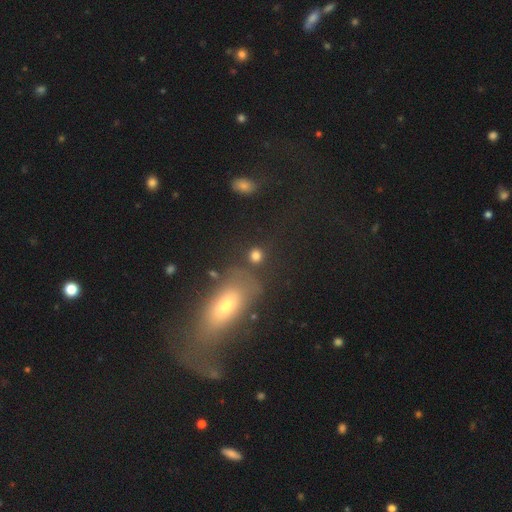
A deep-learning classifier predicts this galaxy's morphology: This appears to be a smooth galaxy with no disk features (78%) that is round (83%). Merging: none (73%).